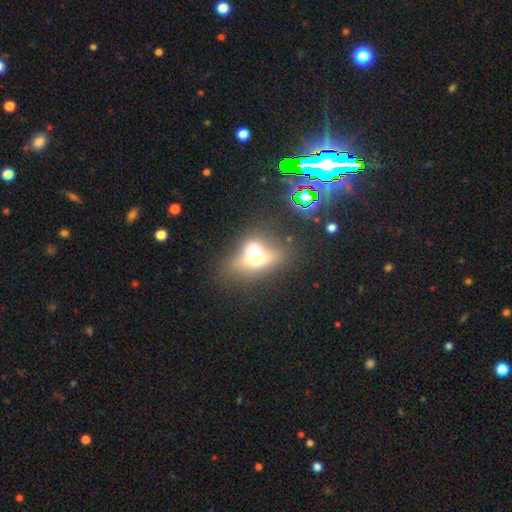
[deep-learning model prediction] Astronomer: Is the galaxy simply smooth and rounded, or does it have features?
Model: smooth — 55% (runner-up: featured or disk, 33%).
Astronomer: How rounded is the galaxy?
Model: in between — 60% (runner-up: round, 36%).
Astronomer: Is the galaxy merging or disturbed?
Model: merger — 62%.